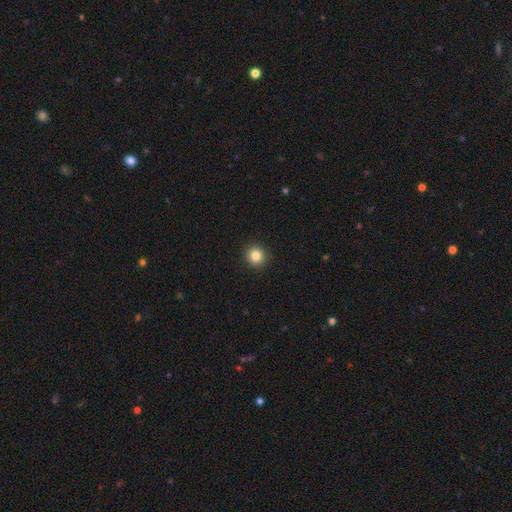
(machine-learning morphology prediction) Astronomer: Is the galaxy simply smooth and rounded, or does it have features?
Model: smooth — 84%.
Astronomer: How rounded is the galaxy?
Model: round — 94%.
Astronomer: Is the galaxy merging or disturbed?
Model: none — 93%.